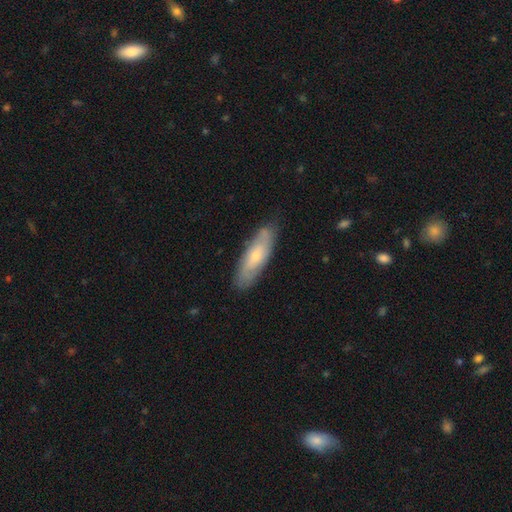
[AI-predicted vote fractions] smooth-or-featured: featured or disk: 47% (tied) | smooth: 47% (tied) | star or artifact: 6%
  merging: none: 81% | minor disturbance: 15% | major disturbance: 3% | merger: 1%